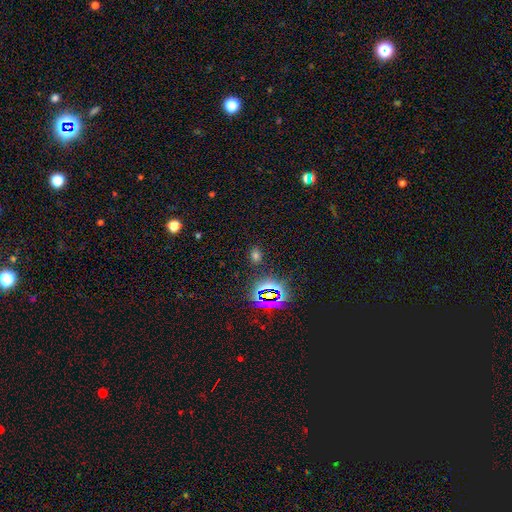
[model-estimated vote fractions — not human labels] Overall: smooth (57%; star or artifact 37%). How rounded: in between (56%; round 42%). Merging: none (85%).